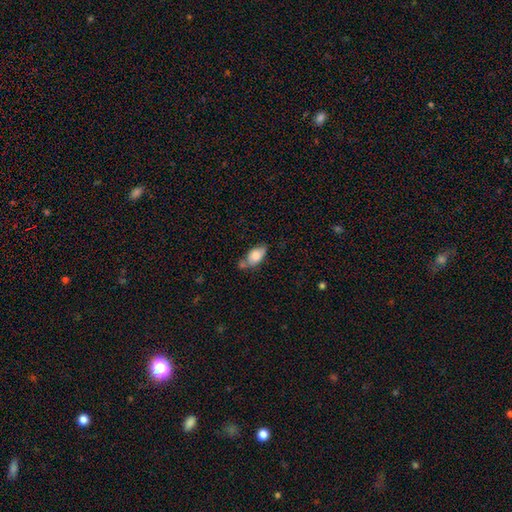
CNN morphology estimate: Q: Smooth or featured?
A: smooth (77%); runner-up: featured or disk (16%)
Q: How rounded?
A: in between (89%); runner-up: round (6%)
Q: Merging?
A: none (47%); runner-up: minor disturbance (24%)